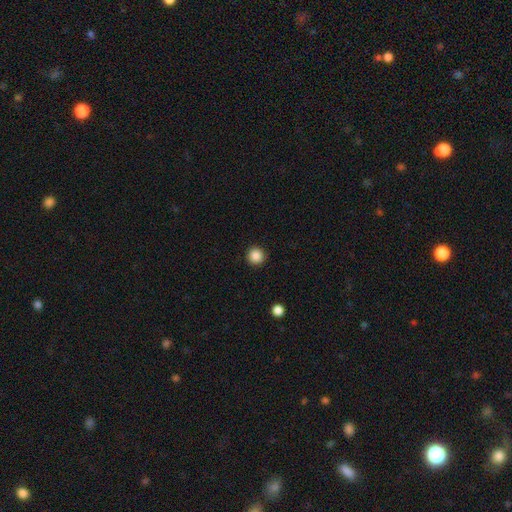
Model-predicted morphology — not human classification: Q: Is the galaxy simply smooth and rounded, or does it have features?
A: smooth — 87%.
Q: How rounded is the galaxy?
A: round — 96%.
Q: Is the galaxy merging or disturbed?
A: none — 93%.